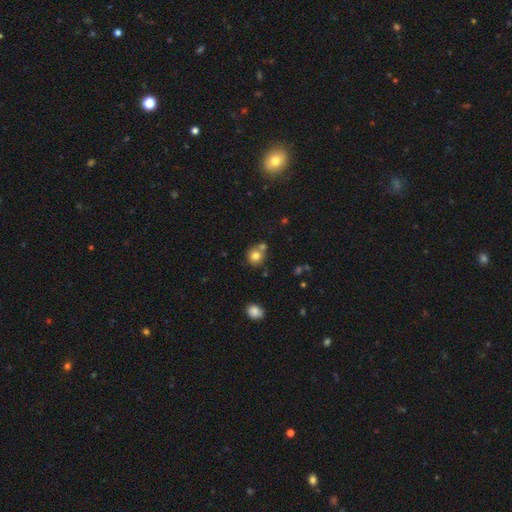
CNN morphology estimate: The model was most divided on "merging": none: 56%, merger: 30%, minor disturbance: 11%, major disturbance: 3%. More confident: how rounded — round (86%); smooth or featured — smooth (78%).